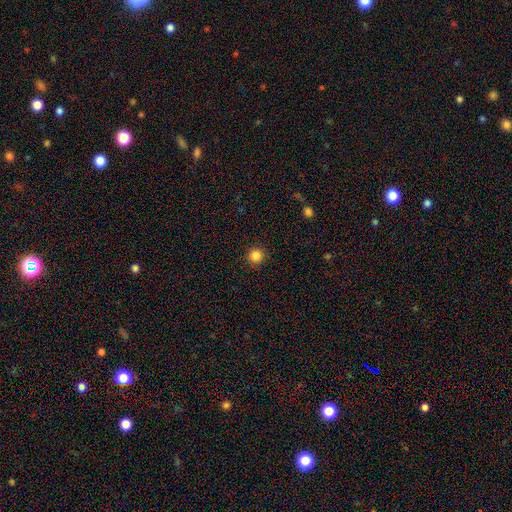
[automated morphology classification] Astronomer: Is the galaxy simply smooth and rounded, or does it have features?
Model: smooth — 85%.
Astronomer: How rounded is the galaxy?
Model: round — 95%.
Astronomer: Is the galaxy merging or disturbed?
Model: none — 92%.